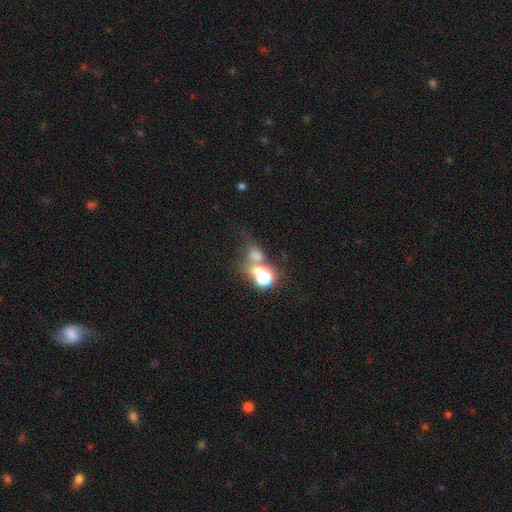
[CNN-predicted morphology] The model was most divided on "merging": merger: 44%, none: 35%, major disturbance: 11%, minor disturbance: 10%. More confident: how rounded — round (61%); smooth or featured — smooth (54%).